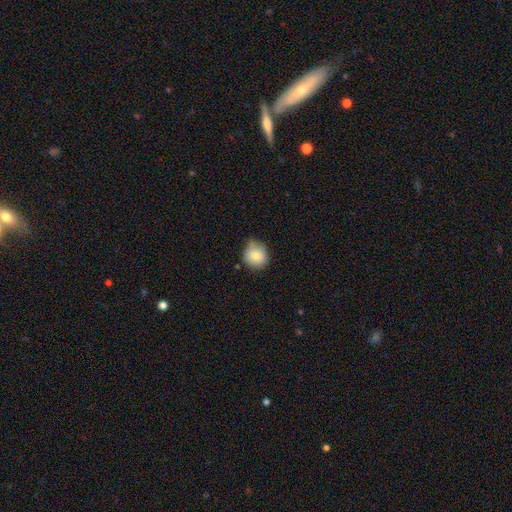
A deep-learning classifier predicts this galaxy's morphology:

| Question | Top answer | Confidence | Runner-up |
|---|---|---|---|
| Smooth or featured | smooth | 79% | featured or disk (12%) |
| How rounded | round | 88% | in between (12%) |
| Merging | none | 58% | minor disturbance (33%) |